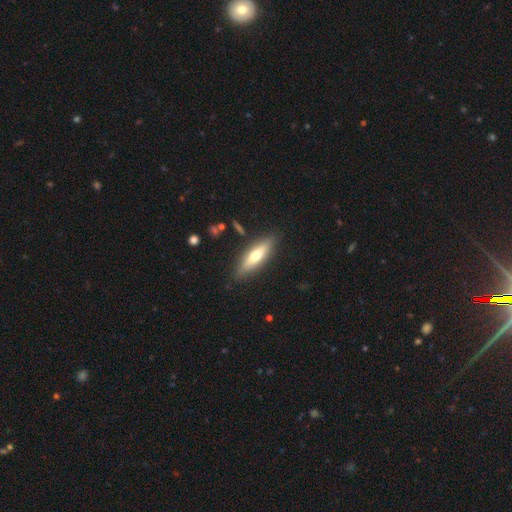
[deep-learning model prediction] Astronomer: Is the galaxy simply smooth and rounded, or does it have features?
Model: smooth — 54% (runner-up: featured or disk, 40%).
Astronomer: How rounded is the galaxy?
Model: cigar-shaped — 57% (runner-up: in between, 41%).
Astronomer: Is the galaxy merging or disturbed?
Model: none — 85%.